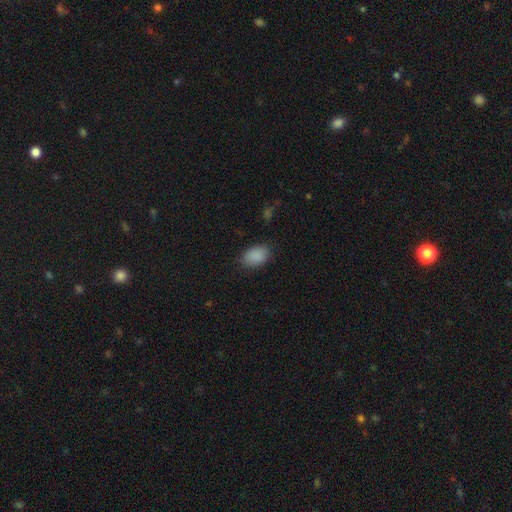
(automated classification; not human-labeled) smooth_or_featured: smooth (p=0.89) [alt: star or artifact p=0.07]
how_rounded: in between (p=0.88) [alt: round p=0.10]
merging: none (p=0.83) [alt: minor disturbance p=0.13]